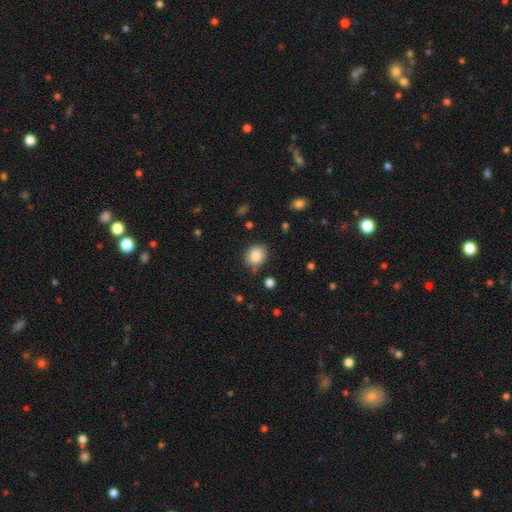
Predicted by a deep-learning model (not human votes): A smooth galaxy with no disk features (85%) that is round (64%). Merging: none (80%).